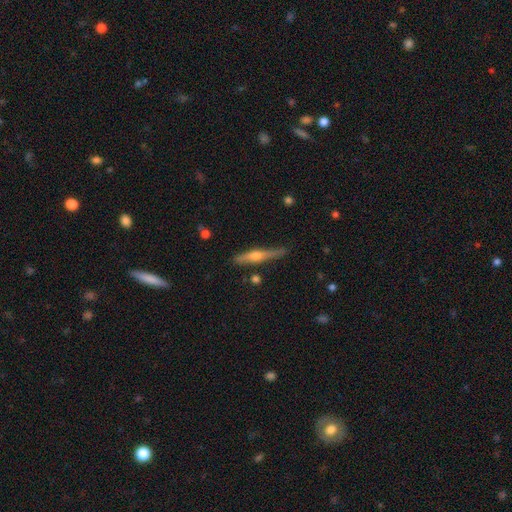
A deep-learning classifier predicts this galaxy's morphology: Overall: featured or disk (69%). Edge-on disk: yes (97%). Edge-on bulge: rounded (89%). Merging: none (83%).